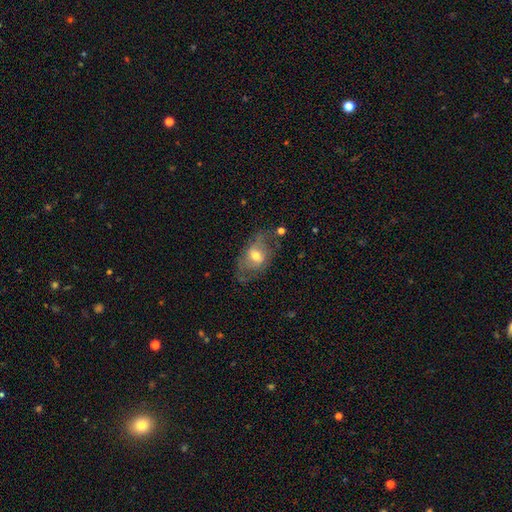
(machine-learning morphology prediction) This appears to be a featured or disk galaxy (49%). Merging: none (50%).